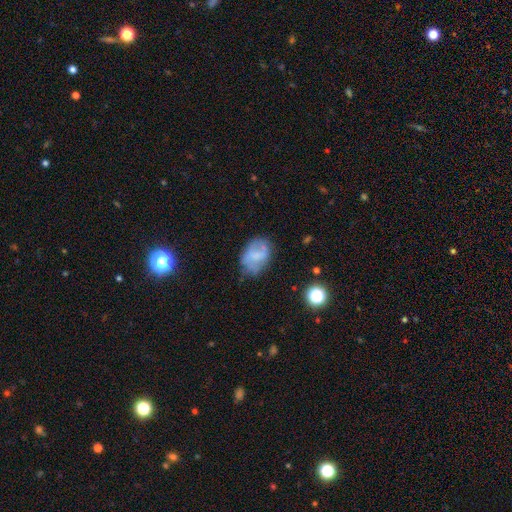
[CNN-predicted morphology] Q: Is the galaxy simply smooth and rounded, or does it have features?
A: smooth — 53%.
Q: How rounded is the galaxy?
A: in between — 74%.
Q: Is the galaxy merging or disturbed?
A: none — 50%.